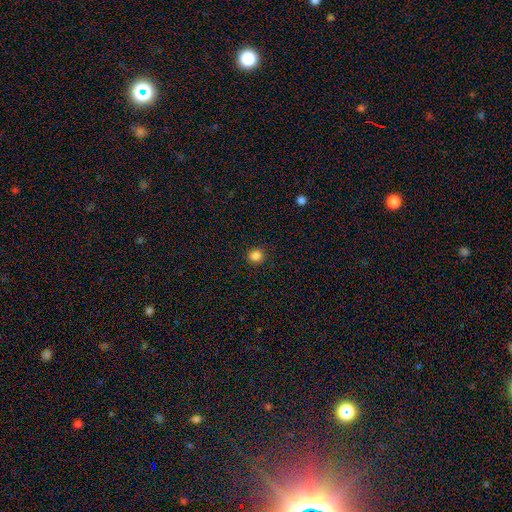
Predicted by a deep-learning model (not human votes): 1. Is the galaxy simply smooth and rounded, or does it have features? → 85% smooth, 11% star or artifact, 3% featured or disk.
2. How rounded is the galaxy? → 89% round, 10% in between, 1% cigar-shaped.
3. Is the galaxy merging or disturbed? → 91% none, 6% minor disturbance, 2% major disturbance, 1% merger.